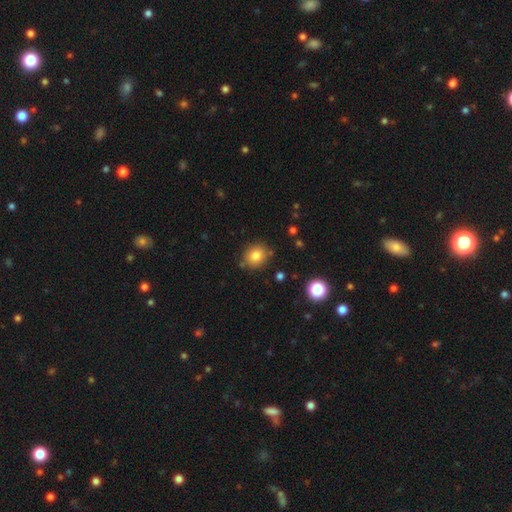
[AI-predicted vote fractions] Smooth or featured? smooth (82%)
How rounded? round (76%)
Merging? none (83%)